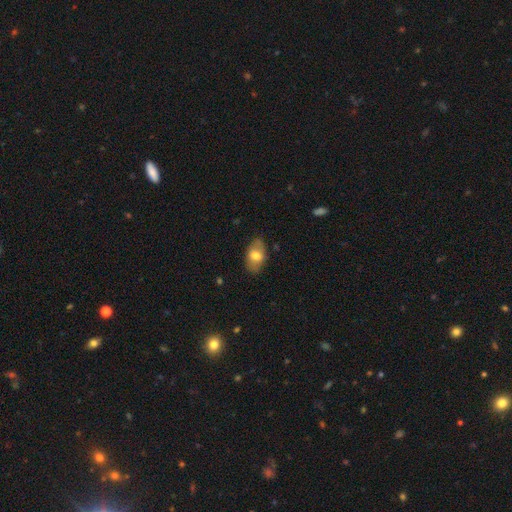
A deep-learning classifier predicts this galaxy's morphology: A smooth galaxy with no disk features (70%) that is in between round and cigar-shaped (90%).

Vote fractions:
- Smooth or featured? smooth: 70% / featured or disk: 23% / star or artifact: 7%
- How rounded? in between: 90% / round: 8% / cigar-shaped: 2%
- Merging? none: 79% / minor disturbance: 16% / major disturbance: 4% / merger: 1%